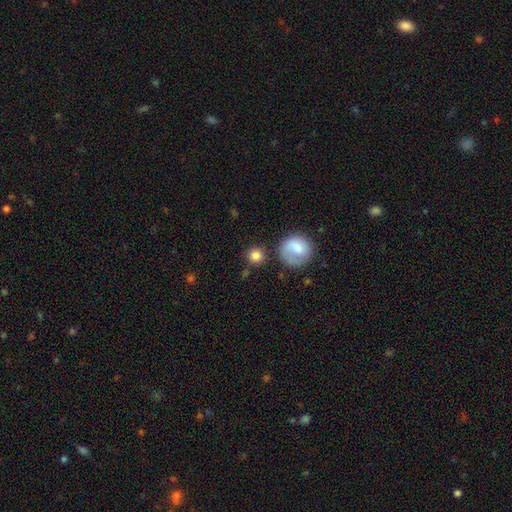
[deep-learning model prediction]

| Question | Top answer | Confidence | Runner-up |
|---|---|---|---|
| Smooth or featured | smooth | 82% | star or artifact (9%) |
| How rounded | round | 92% | in between (6%) |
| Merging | none | 76% | minor disturbance (12%) |